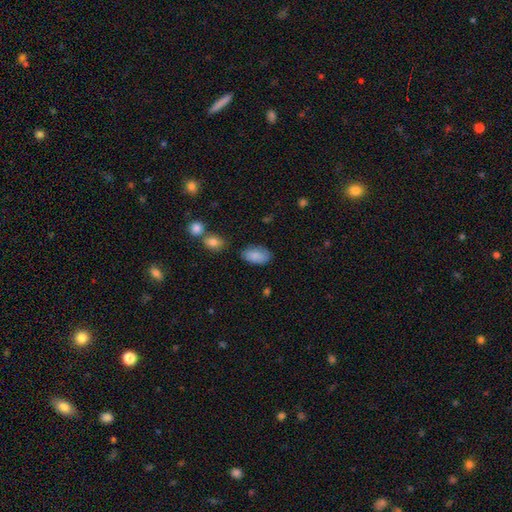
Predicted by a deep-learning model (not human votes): smooth-or-featured: smooth: 86% | featured or disk: 7% | star or artifact: 7%
  how-rounded: in between: 94% | round: 4% | cigar-shaped: 2%
  merging: none: 77% | minor disturbance: 17% | major disturbance: 4% | merger: 3%